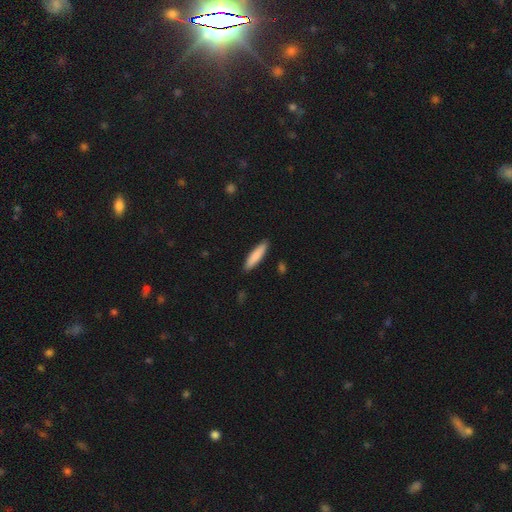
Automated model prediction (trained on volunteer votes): Smooth or featured: smooth — 85% (featured or disk — 10%)
How rounded: cigar-shaped — 80% (in between — 18%)
Merging: none — 89% (minor disturbance — 8%)